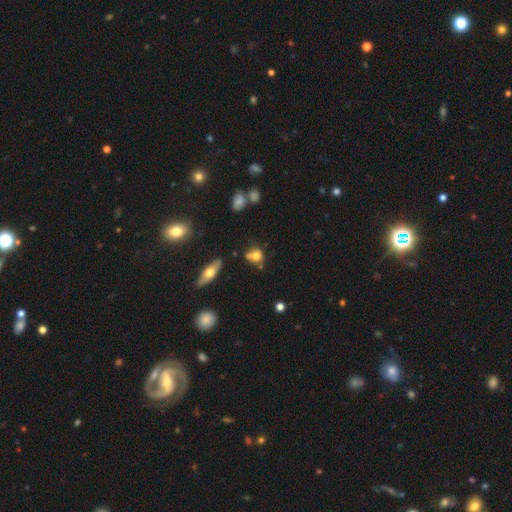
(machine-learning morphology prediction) Smooth or featured? smooth (71%)
How rounded? round (59%)
Merging? none (46%)